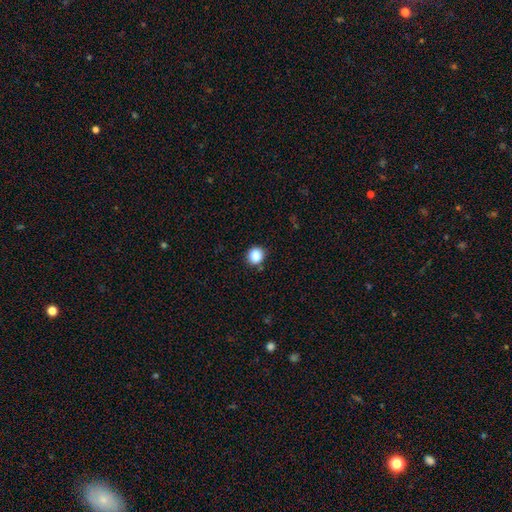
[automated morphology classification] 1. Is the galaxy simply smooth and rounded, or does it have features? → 86% smooth, 10% star or artifact, 3% featured or disk.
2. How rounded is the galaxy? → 90% round, 9% in between, 1% cigar-shaped.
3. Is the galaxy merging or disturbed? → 87% none, 8% minor disturbance, 2% major disturbance, 2% merger.